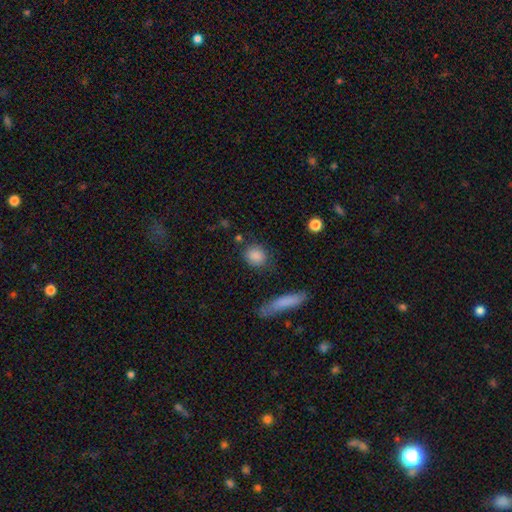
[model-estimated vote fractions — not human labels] Morphology: type=smooth (86%); roundness=round (66%); merging=none (80%).